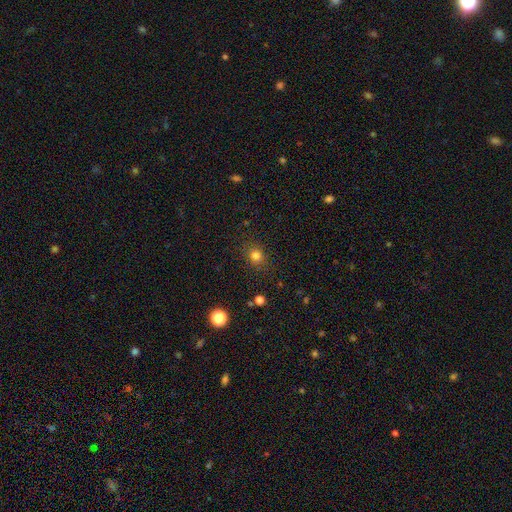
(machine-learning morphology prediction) Smooth or featured: smooth — 79% (star or artifact — 16%)
How rounded: round — 81% (in between — 18%)
Merging: none — 85% (minor disturbance — 10%)